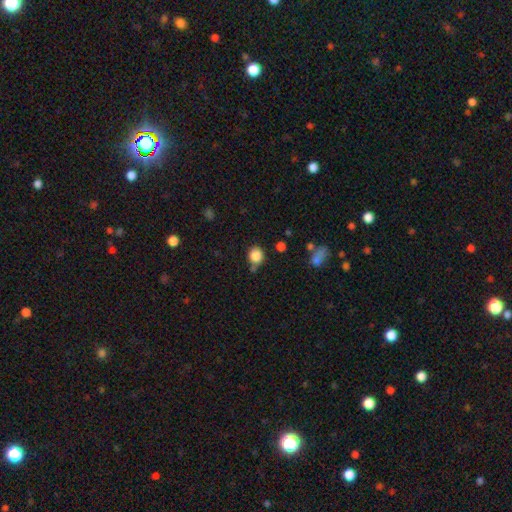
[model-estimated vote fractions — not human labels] smooth 85%, star or artifact 10%, featured or disk 5%. Down the decision tree: how rounded — round (85%); merging — none (70%).